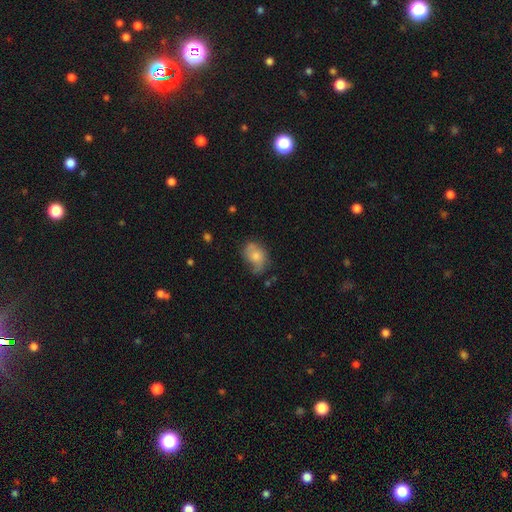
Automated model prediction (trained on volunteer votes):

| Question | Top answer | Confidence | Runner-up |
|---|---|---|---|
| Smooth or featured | smooth | 63% | featured or disk (28%) |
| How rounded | in between | 74% | round (25%) |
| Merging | none | 49% | minor disturbance (33%) |